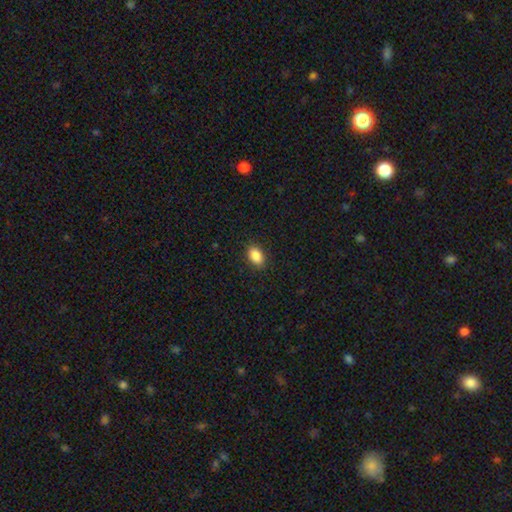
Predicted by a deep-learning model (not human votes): Smooth or featured? smooth (88%)
How rounded? in between (89%)
Merging? none (89%)